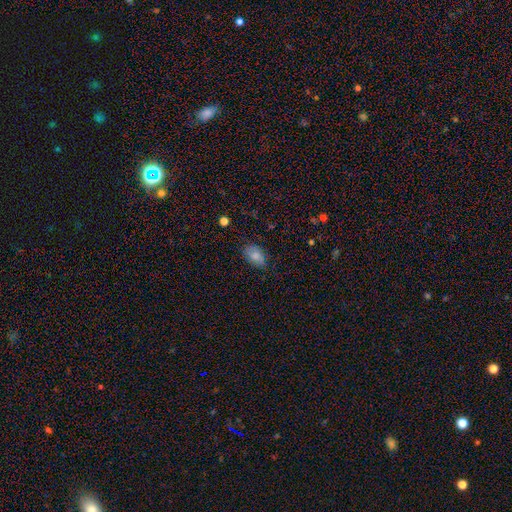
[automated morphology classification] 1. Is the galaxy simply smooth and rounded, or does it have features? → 80% smooth, 11% featured or disk, 9% star or artifact.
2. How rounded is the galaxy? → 90% in between, 8% round, 2% cigar-shaped.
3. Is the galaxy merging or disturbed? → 71% none, 23% minor disturbance, 5% major disturbance, 1% merger.